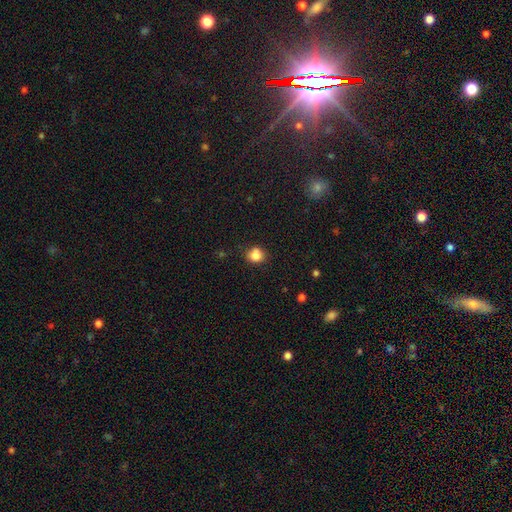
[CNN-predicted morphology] A smooth galaxy with no disk features (83%) that is round (77%).

Vote fractions:
- Smooth or featured? smooth: 83% / star or artifact: 11% / featured or disk: 6%
- How rounded? round: 77% / in between: 22% / cigar-shaped: 1%
- Merging? none: 73% / minor disturbance: 18% / merger: 5% / major disturbance: 4%